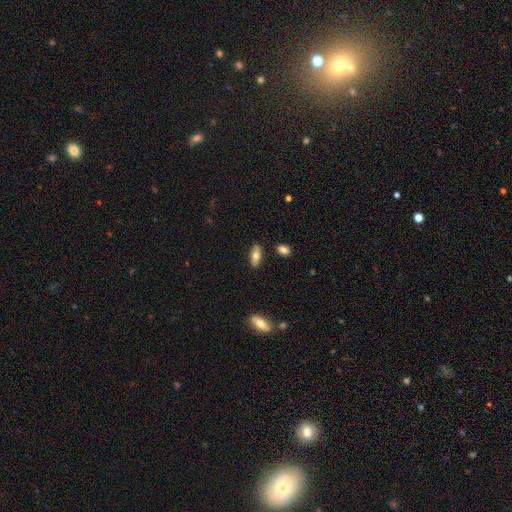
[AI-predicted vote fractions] smooth_or_featured: smooth (p=0.70) [alt: featured or disk p=0.22]
how_rounded: in between (p=0.77) [alt: cigar-shaped p=0.20]
merging: none (p=0.86) [alt: minor disturbance p=0.10]